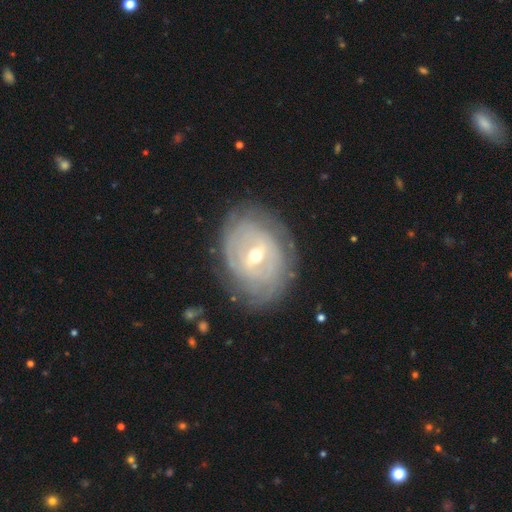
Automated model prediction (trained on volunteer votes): This appears to be a featured or disk galaxy (83%) with a weak bar (51%), tight (78%) spiral arms (85%) and a moderate central bulge (53%). Merging: none (78%).